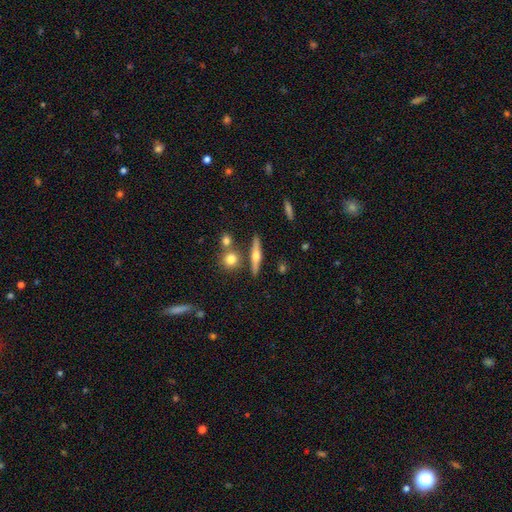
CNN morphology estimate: smooth-or-featured: featured or disk: 60% | smooth: 33% | star or artifact: 7%
  disk-edge-on: yes: 95% | no: 5%
    edge-on-bulge: rounded: 92% | none: 5% | boxy: 4%
  merging: none: 79% | merger: 9% | minor disturbance: 9% | major disturbance: 2%